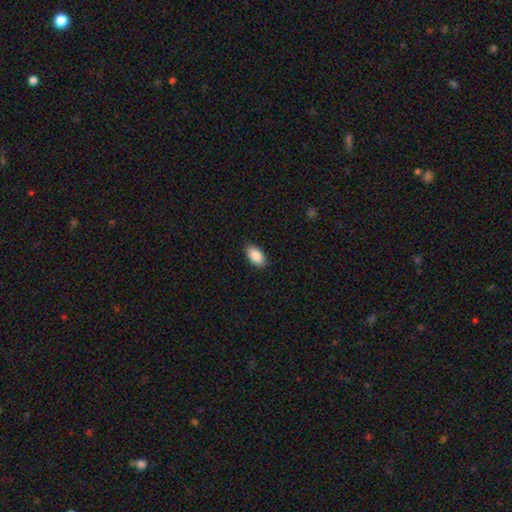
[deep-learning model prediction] smooth_or_featured: smooth (p=0.89) [alt: star or artifact p=0.07]
how_rounded: in between (p=0.94) [alt: round p=0.03]
merging: none (p=0.85) [alt: minor disturbance p=0.12]